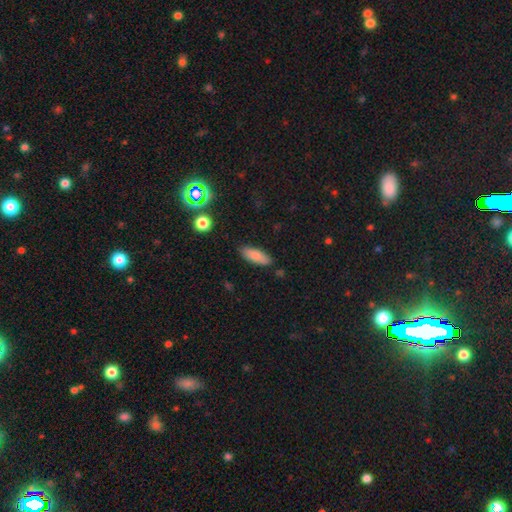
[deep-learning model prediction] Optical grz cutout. It shows a smooth galaxy with no disk features (84%) that is in between round and cigar-shaped (64%). Merging: none (85%).